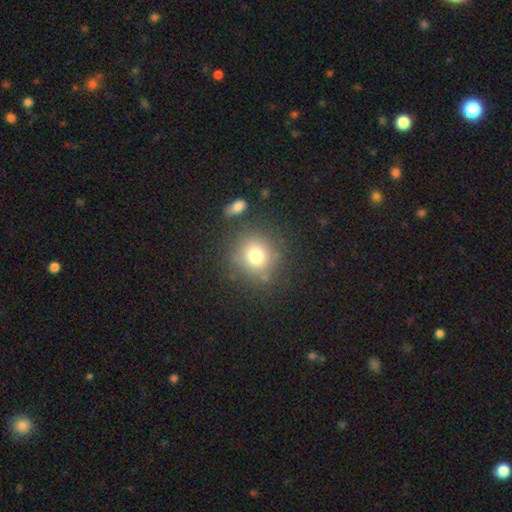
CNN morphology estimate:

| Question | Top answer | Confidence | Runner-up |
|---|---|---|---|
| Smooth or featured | smooth | 75% | star or artifact (13%) |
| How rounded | round | 86% | in between (13%) |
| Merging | none | 79% | minor disturbance (11%) |